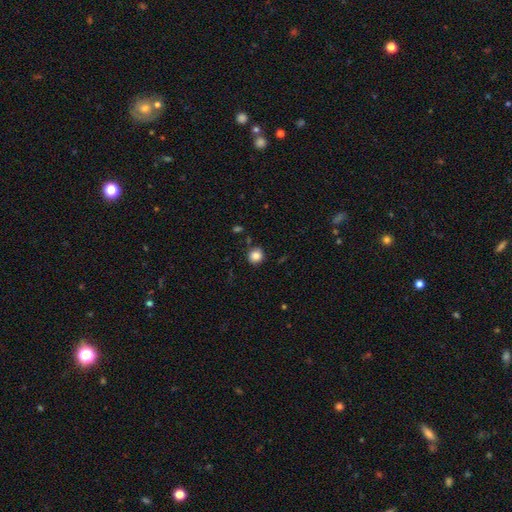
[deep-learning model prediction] A smooth galaxy with no disk features (84%) that is round (89%). Merging: none (85%).